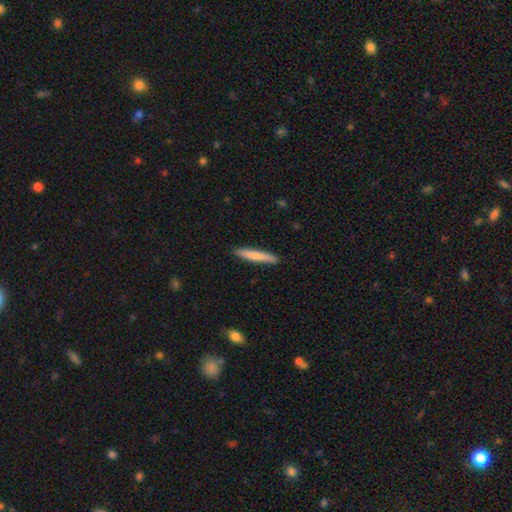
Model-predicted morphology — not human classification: smooth-or-featured: smooth: 74% | featured or disk: 20% | star or artifact: 5%
  how-rounded: cigar-shaped: 93% | in between: 5% | round: 1%
  merging: none: 91% | minor disturbance: 7% | major disturbance: 1% | merger: 1%